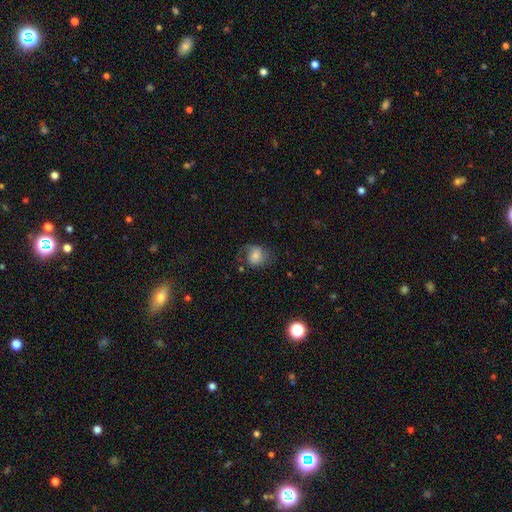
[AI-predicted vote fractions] smooth_or_featured: smooth (p=0.67) [alt: featured or disk p=0.23]
how_rounded: round (p=0.62) [alt: in between p=0.37]
merging: none (p=0.54) [alt: minor disturbance p=0.26]